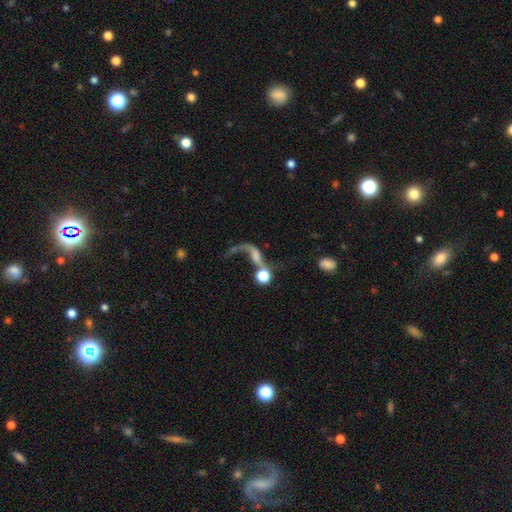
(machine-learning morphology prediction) Smooth or featured: featured or disk — 61% (smooth — 24%)
Edge-on disk: no — 92% (yes — 8%)
Bar: no — 61% (weak — 26%)
Spiral arms: yes — 77% (no — 23%)
Bulge size: small — 29% (none — 27%)
Merging: merger — 33% (major disturbance — 30%)